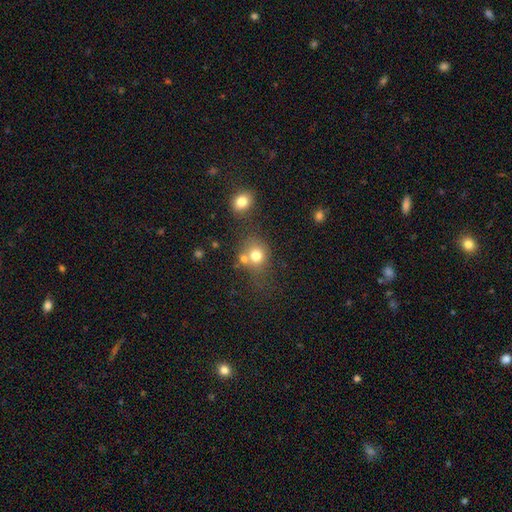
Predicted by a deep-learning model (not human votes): The model was most divided on "merging": none: 52%, merger: 29%, minor disturbance: 13%, major disturbance: 6%. More confident: how rounded — round (77%); smooth or featured — smooth (76%).